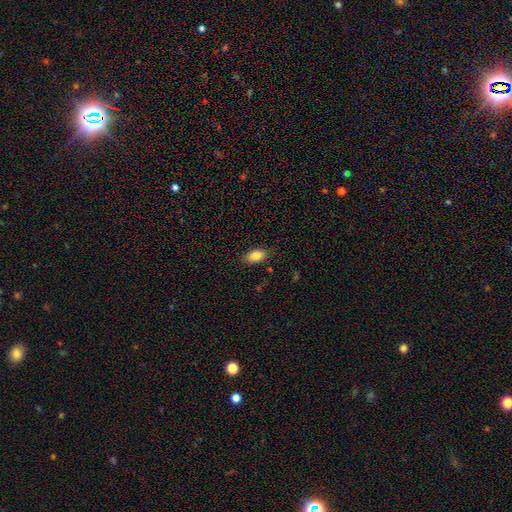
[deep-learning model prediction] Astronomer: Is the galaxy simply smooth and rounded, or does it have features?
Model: smooth — 84%.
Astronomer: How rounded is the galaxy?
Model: in between — 90%.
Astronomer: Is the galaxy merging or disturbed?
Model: none — 85%.